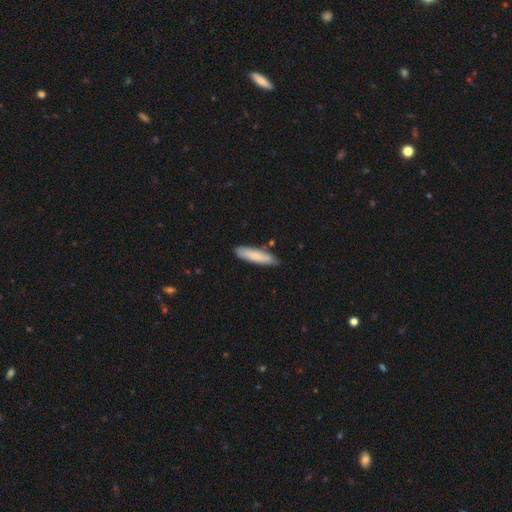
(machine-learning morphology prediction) Smooth or featured: smooth — 79% (featured or disk — 15%)
How rounded: cigar-shaped — 73% (in between — 25%)
Merging: none — 81% (minor disturbance — 14%)